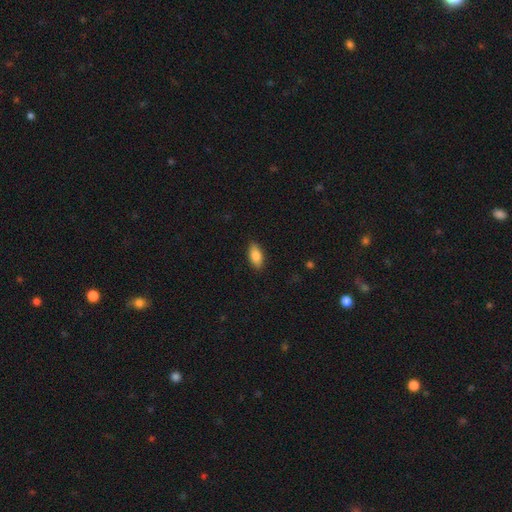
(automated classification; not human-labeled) Smooth or featured: smooth — 85% (featured or disk — 8%)
How rounded: in between — 88% (cigar-shaped — 10%)
Merging: none — 88% (minor disturbance — 9%)